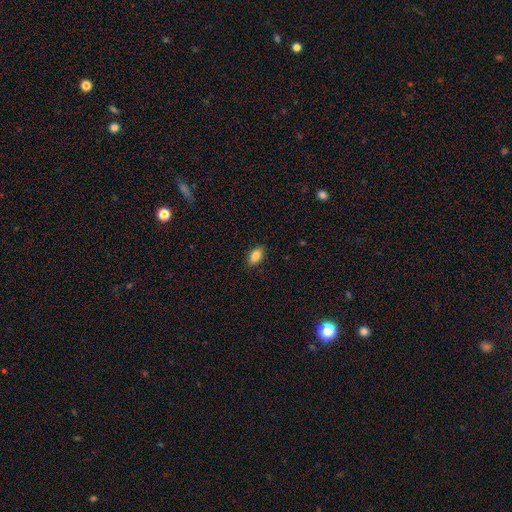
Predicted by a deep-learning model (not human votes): Overall: smooth (86%). How rounded: in between (90%). Merging: none (88%).